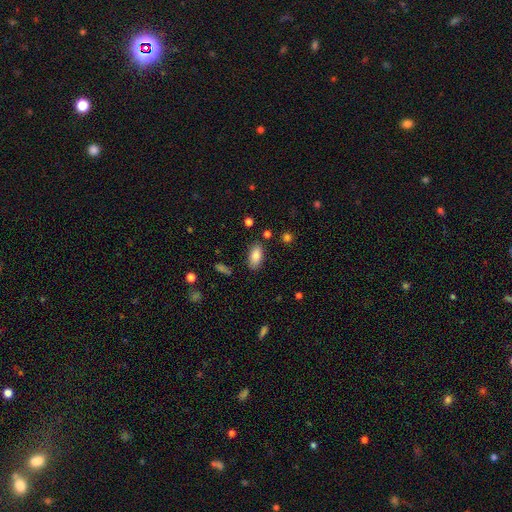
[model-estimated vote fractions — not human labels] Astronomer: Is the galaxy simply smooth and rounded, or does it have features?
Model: smooth — 85%.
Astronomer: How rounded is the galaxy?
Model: in between — 90%.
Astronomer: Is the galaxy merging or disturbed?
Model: none — 82%.